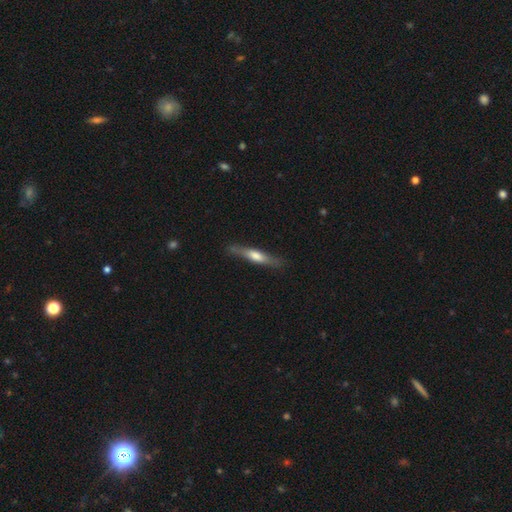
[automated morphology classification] This appears to be a featured or disk galaxy (52%) viewed edge-on (92%). Merging: none (83%).